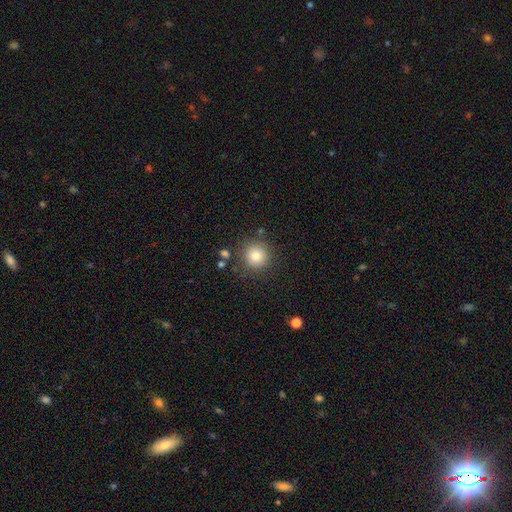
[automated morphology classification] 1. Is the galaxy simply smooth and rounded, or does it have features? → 82% smooth, 11% star or artifact, 7% featured or disk.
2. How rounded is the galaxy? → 94% round, 5% in between, 1% cigar-shaped.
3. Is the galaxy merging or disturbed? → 85% none, 9% minor disturbance, 3% major disturbance, 3% merger.